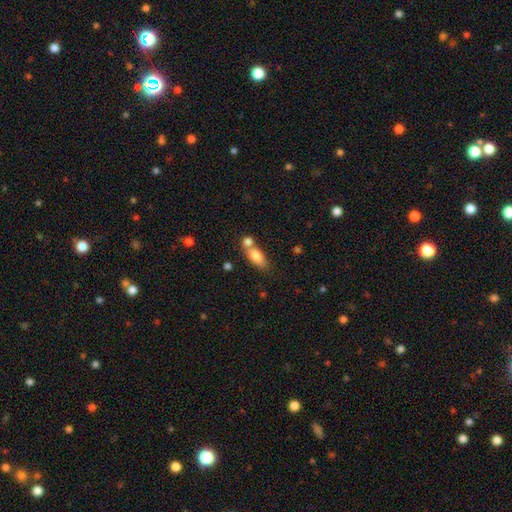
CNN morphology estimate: type=smooth (81%); roundness=in between (80%); merging=merger (42%).